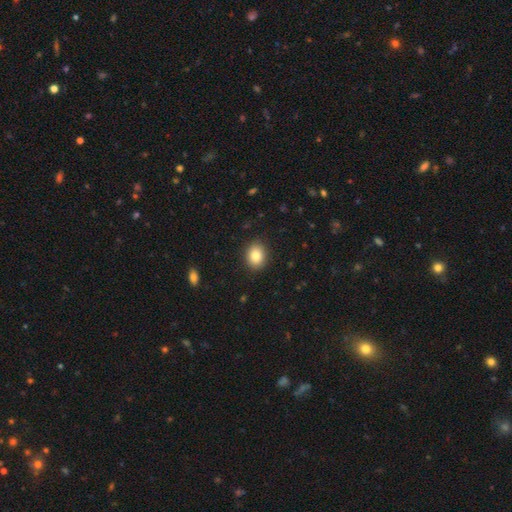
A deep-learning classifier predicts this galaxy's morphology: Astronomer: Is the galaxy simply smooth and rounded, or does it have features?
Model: smooth — 83%.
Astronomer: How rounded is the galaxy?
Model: in between — 51% (runner-up: round, 48%).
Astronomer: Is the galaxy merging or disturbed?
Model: none — 89%.